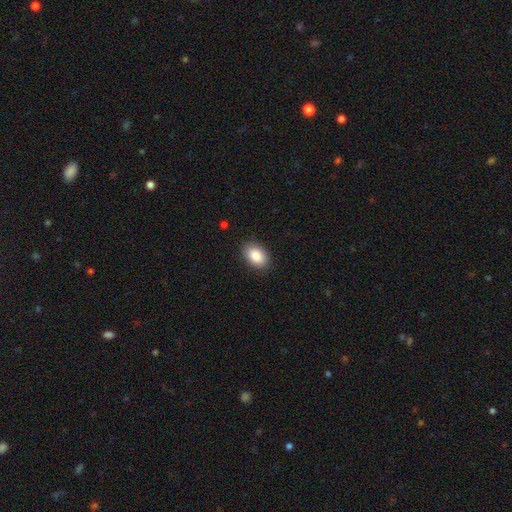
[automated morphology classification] This appears to be a smooth galaxy with no disk features (88%) that is in between round and cigar-shaped (89%). Merging: none (87%).